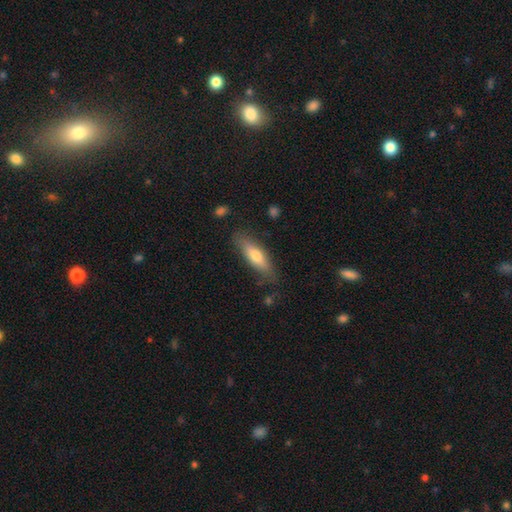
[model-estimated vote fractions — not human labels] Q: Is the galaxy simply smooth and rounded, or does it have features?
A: smooth — 67%.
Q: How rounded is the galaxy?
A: cigar-shaped — 57%.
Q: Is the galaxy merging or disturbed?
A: none — 80%.